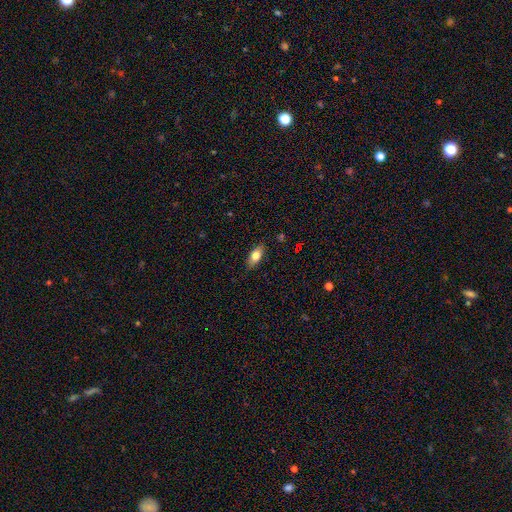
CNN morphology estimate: Smooth or featured? Predicted: smooth (p=0.73). How rounded? Predicted: in between (p=0.82). Merging? Predicted: none (p=0.84).